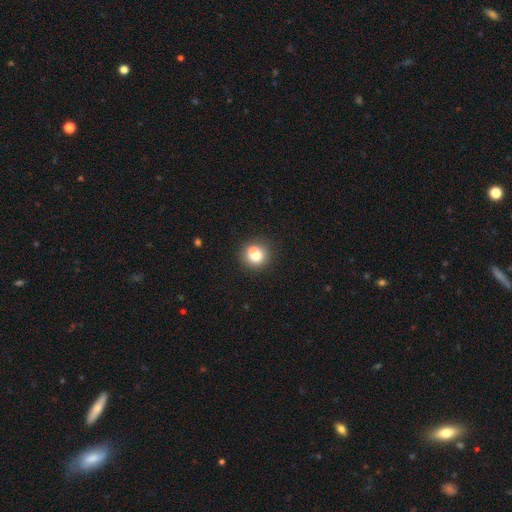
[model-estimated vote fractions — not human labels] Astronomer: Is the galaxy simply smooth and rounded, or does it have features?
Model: smooth — 71%.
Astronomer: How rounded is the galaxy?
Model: round — 86%.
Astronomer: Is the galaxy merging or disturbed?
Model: none — 53% (runner-up: merger, 35%).